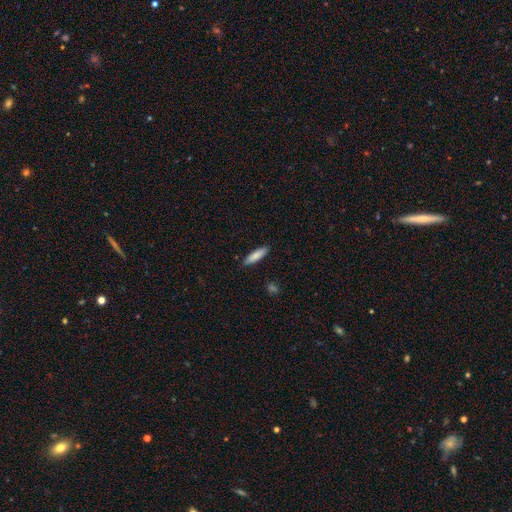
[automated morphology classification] smooth_or_featured: smooth (p=0.82) [alt: featured or disk p=0.12]
how_rounded: cigar-shaped (p=0.66) [alt: in between p=0.32]
merging: none (p=0.87) [alt: minor disturbance p=0.09]